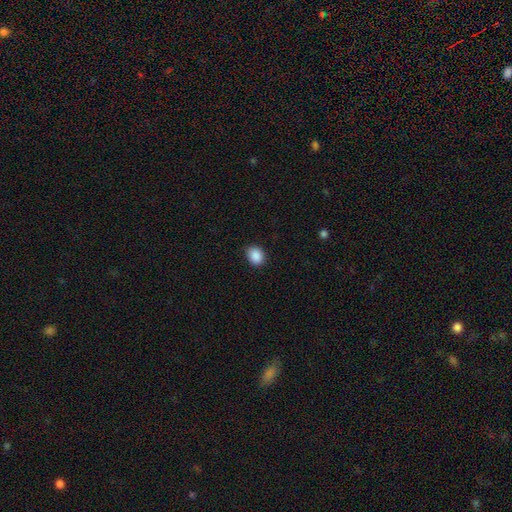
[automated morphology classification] This appears to be a smooth galaxy with no disk features (89%) that is in between round and cigar-shaped (51%). Merging: none (85%).